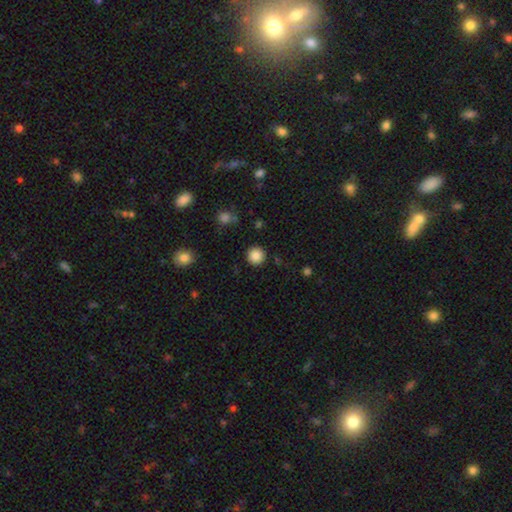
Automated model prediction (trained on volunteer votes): Smooth or featured: smooth — 86% (star or artifact — 10%)
How rounded: round — 95% (in between — 4%)
Merging: none — 92% (minor disturbance — 5%)